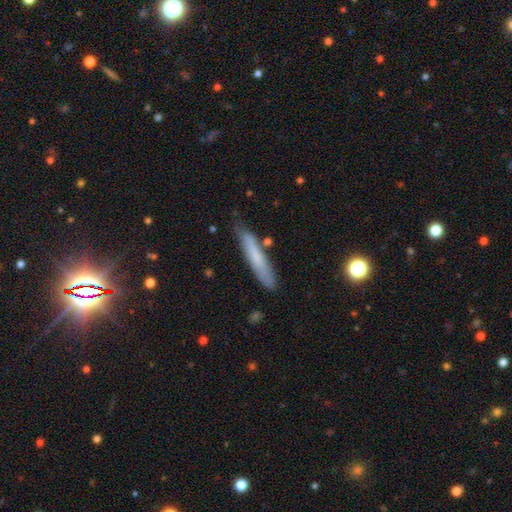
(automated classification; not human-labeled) Smooth or featured?
  - smooth: 68% *
  - featured or disk: 25%
  - star or artifact: 7%
How rounded?
  - cigar-shaped: 92% *
  - in between: 7%
  - round: 1%
Merging?
  - none: 78% *
  - minor disturbance: 16%
  - merger: 3%
  - major disturbance: 3%